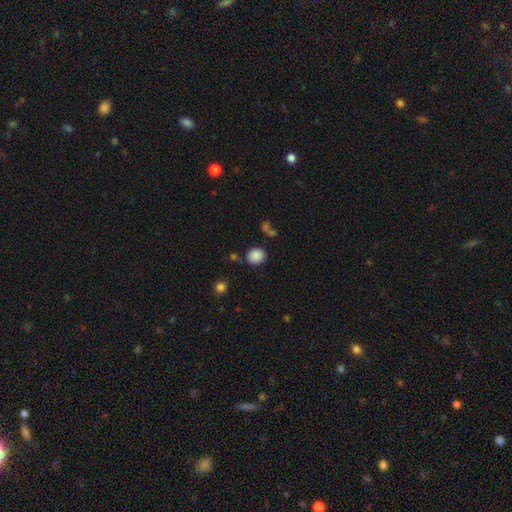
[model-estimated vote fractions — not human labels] A smooth galaxy with no disk features (87%) that is round (74%). Merging: none (80%).